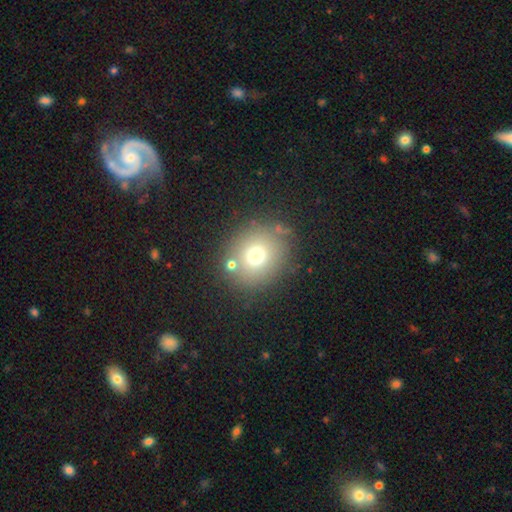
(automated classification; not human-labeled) This appears to be a smooth galaxy with no disk features (71%) that is round (80%). Merging: none (78%).